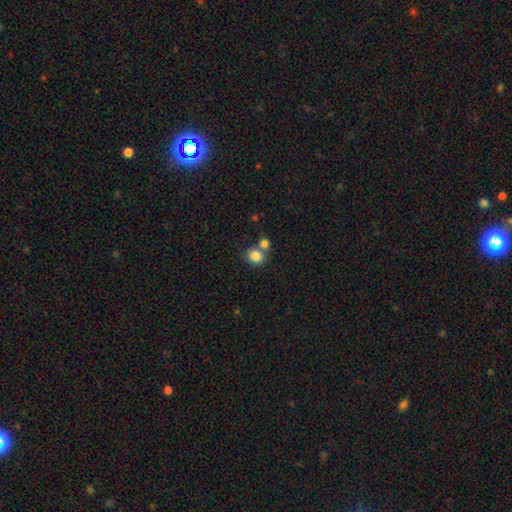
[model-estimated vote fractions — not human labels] A smooth galaxy with no disk features (84%) that is round (72%).

Vote fractions:
- Smooth or featured? smooth: 84% / star or artifact: 10% / featured or disk: 7%
- How rounded? round: 72% / in between: 27% / cigar-shaped: 1%
- Merging? none: 51% / merger: 37% / minor disturbance: 9% / major disturbance: 3%